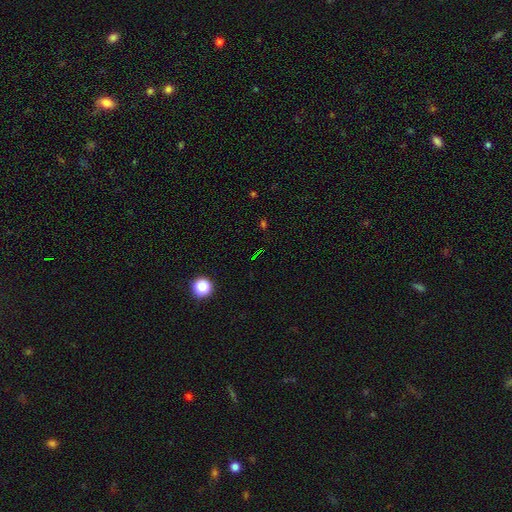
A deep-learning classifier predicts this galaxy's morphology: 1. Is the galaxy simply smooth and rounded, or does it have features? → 72% star or artifact, 19% smooth, 9% featured or disk.